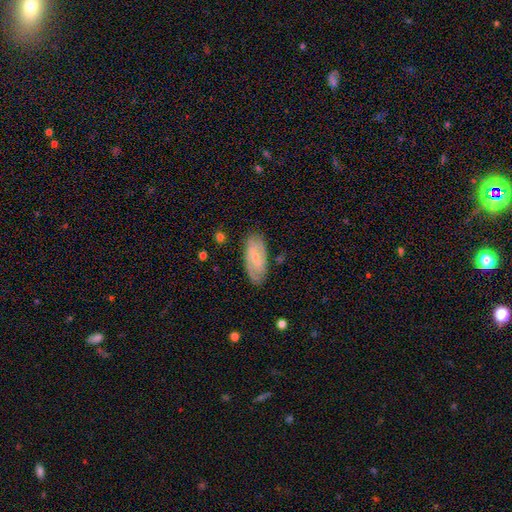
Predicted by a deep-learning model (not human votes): Morphology: type=featured or disk (69%); edge-on=no (93%); bar=weak (51%); spiral arms=yes (88%); winding=tight (42%, tied with medium); arm count=2 (73%); bulge=small (68%); merging=none (81%).